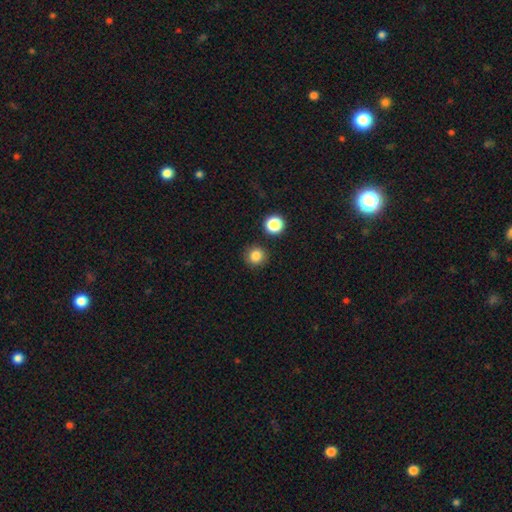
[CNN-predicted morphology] A smooth galaxy with no disk features (83%) that is round (92%).

Vote fractions:
- Smooth or featured? smooth: 83% / star or artifact: 12% / featured or disk: 5%
- How rounded? round: 92% / in between: 7% / cigar-shaped: 1%
- Merging? none: 88% / minor disturbance: 6% / merger: 3% / major disturbance: 2%